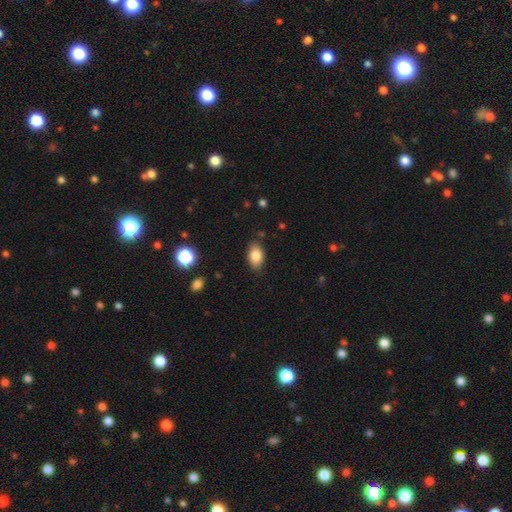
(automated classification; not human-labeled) Morphology: type=smooth (85%); roundness=in between (89%); merging=none (83%).